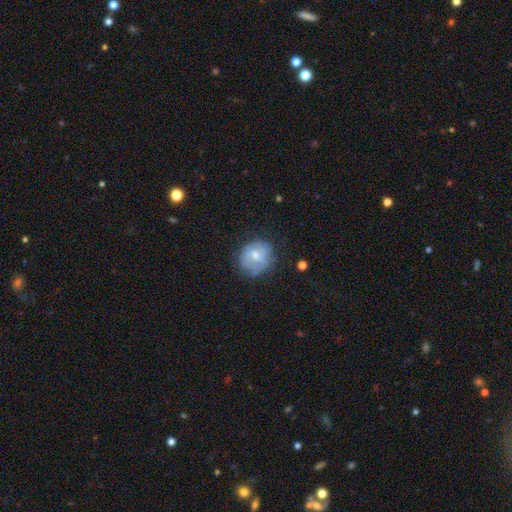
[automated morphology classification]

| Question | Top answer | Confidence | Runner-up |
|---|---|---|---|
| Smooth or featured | featured or disk | 48% | smooth (45%) |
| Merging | none | 65% | minor disturbance (24%) |